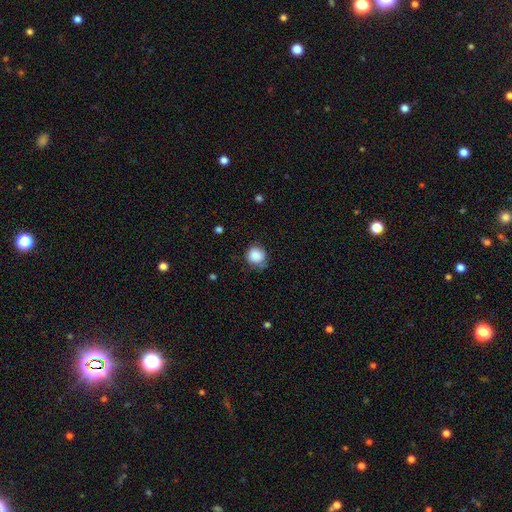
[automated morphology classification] Overall: smooth (87%). How rounded: round (89%). Merging: none (64%; minor disturbance 27%).